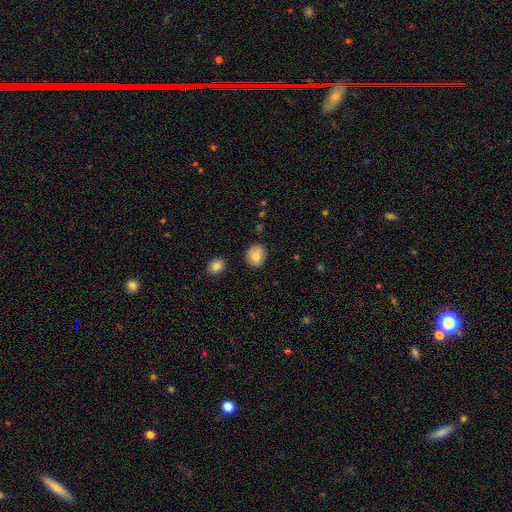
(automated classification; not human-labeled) A smooth galaxy with no disk features (79%) that is round (71%).

Vote fractions:
- Smooth or featured? smooth: 79% / featured or disk: 13% / star or artifact: 8%
- How rounded? round: 71% / in between: 28% / cigar-shaped: 1%
- Merging? none: 81% / minor disturbance: 14% / major disturbance: 3% / merger: 2%